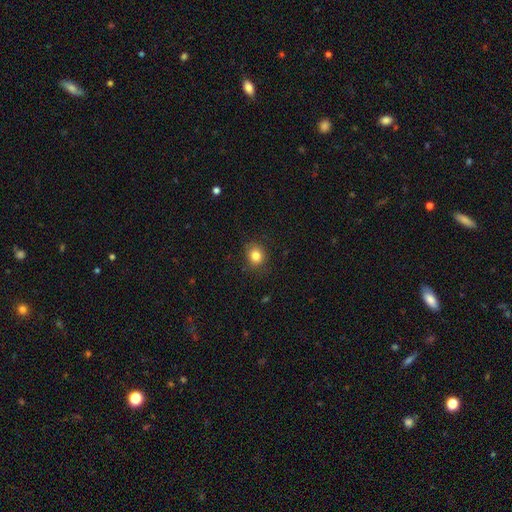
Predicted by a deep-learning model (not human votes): The model was most divided on "how rounded": round: 74%, in between: 25%, cigar-shaped: 1%. More confident: merging — none (87%); smooth or featured — smooth (83%).